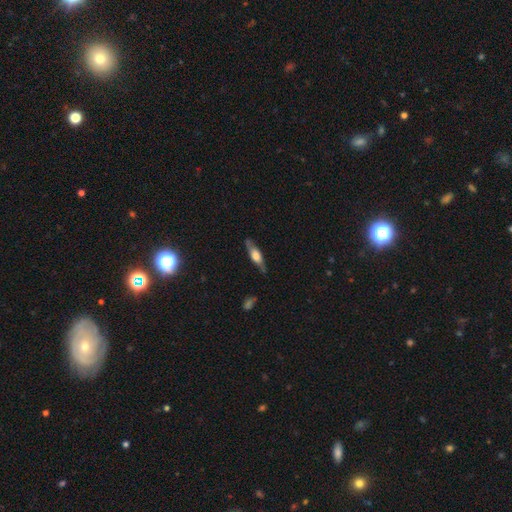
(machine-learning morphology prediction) Smooth or featured? Predicted: featured or disk (p=0.53). Edge-on disk? Predicted: yes (p=0.84). Merging? Predicted: none (p=0.76).